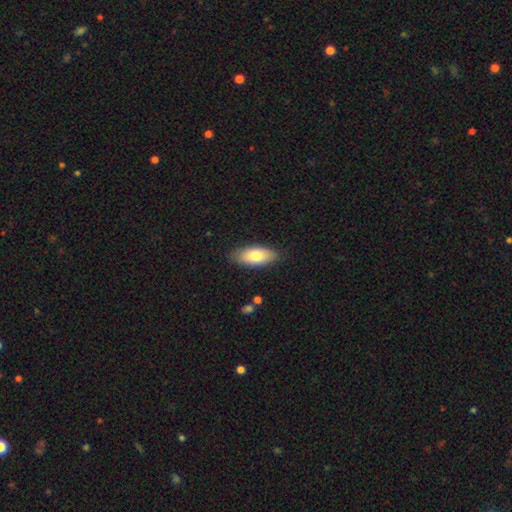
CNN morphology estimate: type=smooth (76%); roundness=in between (85%); merging=none (86%).